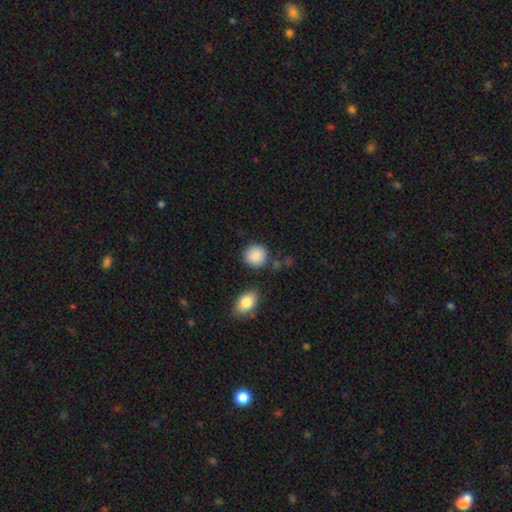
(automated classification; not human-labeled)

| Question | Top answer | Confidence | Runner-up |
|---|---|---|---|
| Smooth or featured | smooth | 89% | star or artifact (7%) |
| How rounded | round | 86% | in between (13%) |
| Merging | none | 83% | minor disturbance (10%) |